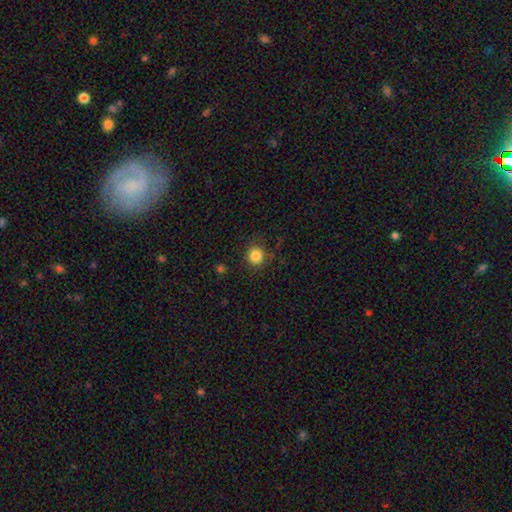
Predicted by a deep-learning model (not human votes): smooth 84%, star or artifact 11%, featured or disk 5%. Down the decision tree: how rounded — round (92%); merging — none (83%).